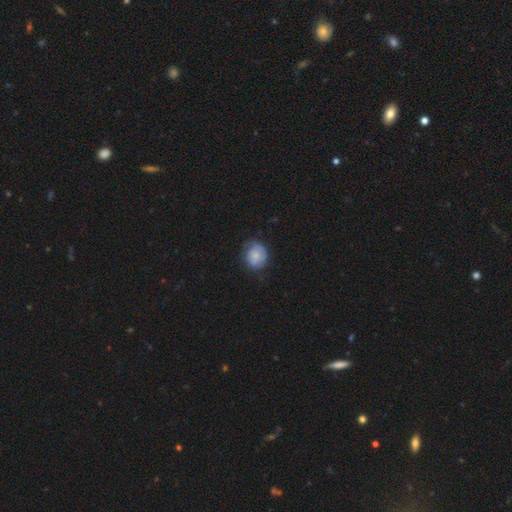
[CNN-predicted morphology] smooth-or-featured: smooth: 65% | featured or disk: 28% | star or artifact: 7%
  how-rounded: round: 71% | in between: 28% | cigar-shaped: 1%
  merging: none: 63% | minor disturbance: 27% | major disturbance: 9% | merger: 1%